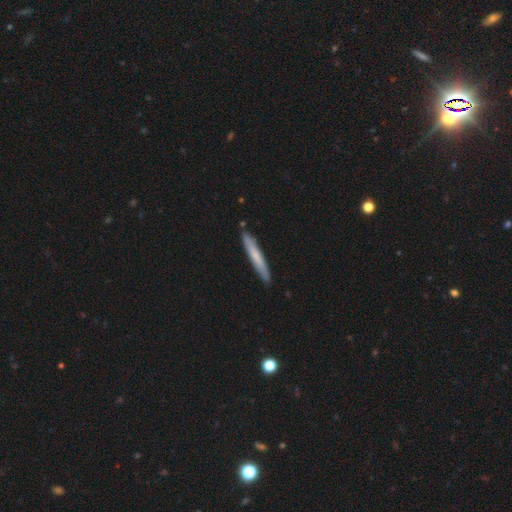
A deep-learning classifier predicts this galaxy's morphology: Smooth or featured? smooth (64%)
How rounded? cigar-shaped (96%)
Merging? none (88%)